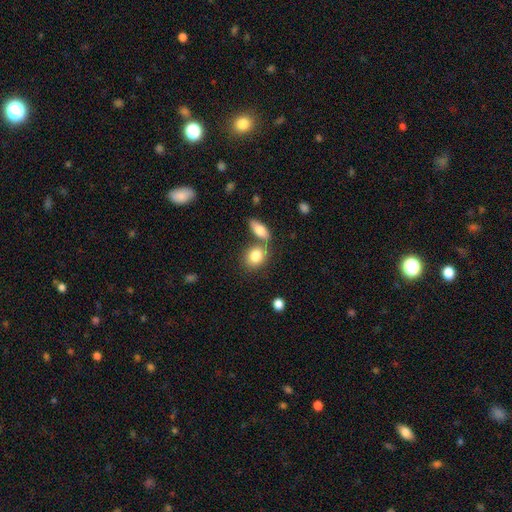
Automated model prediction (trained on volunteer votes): smooth 82%, featured or disk 11%, star or artifact 7%. Down the decision tree: how rounded — in between (55%); merging — none (49%).